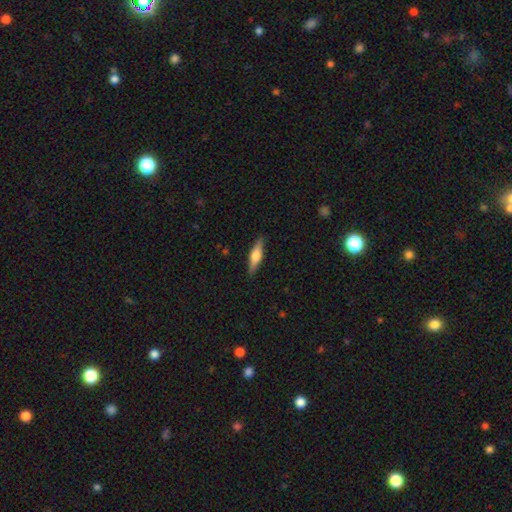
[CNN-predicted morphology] type=smooth (48%); merging=none (89%).